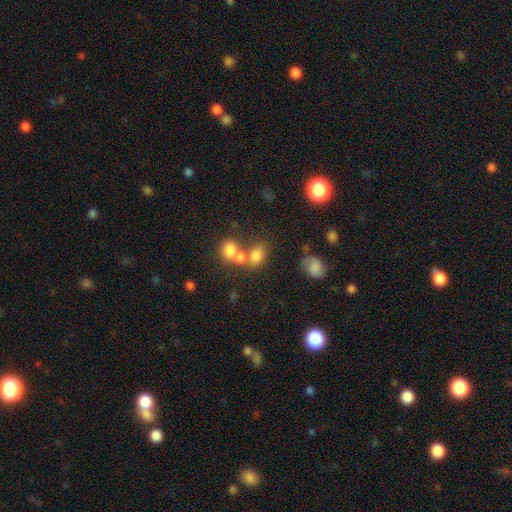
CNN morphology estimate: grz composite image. It shows a smooth galaxy with no disk features (74%) that is in between round and cigar-shaped (67%). Merging: merger (45%).